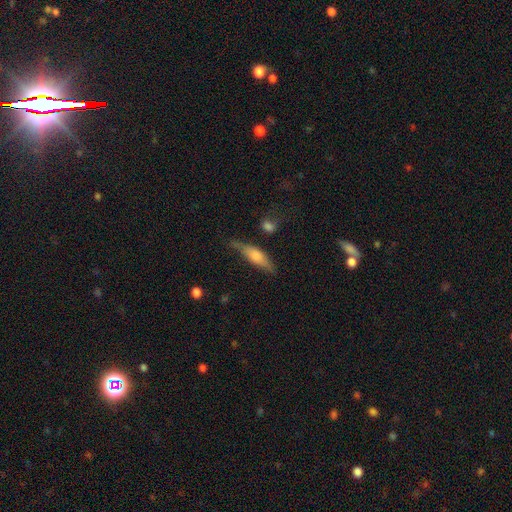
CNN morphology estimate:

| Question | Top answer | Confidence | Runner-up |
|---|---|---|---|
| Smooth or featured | smooth | 58% | featured or disk (35%) |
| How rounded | cigar-shaped | 57% | in between (41%) |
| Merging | none | 59% | minor disturbance (26%) |